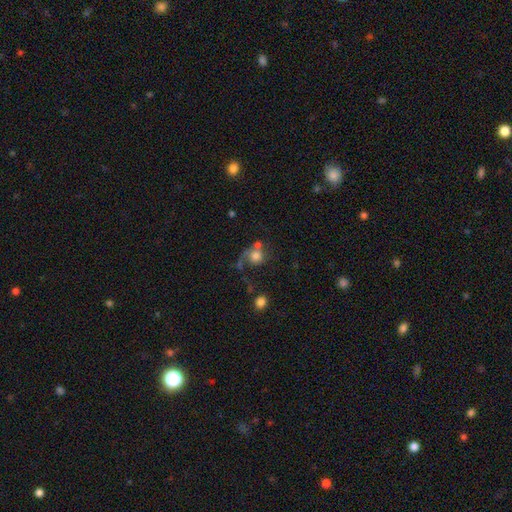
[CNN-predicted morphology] type=smooth (60%); roundness=round (79%); merging=none (31%).